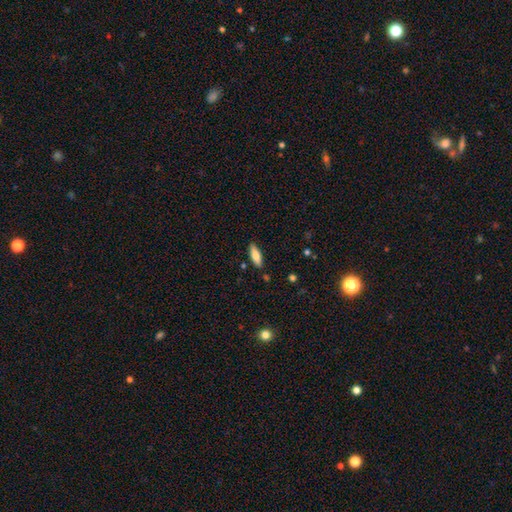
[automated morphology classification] Overall: smooth (73%). How rounded: in between (51%; cigar-shaped 47%). Merging: none (86%).